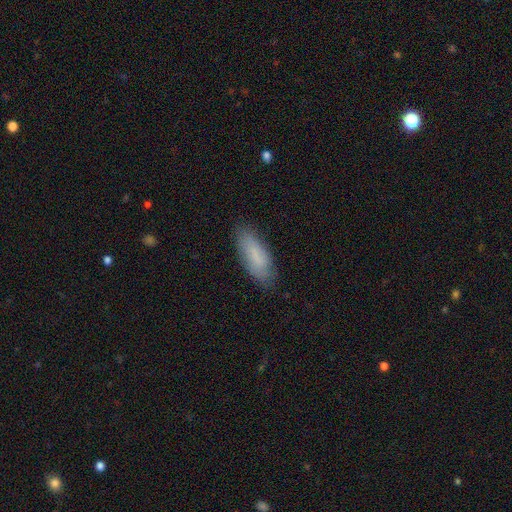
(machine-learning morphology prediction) smooth 80%, featured or disk 14%, star or artifact 7%. Down the decision tree: how rounded — in between (68%); merging — none (80%).